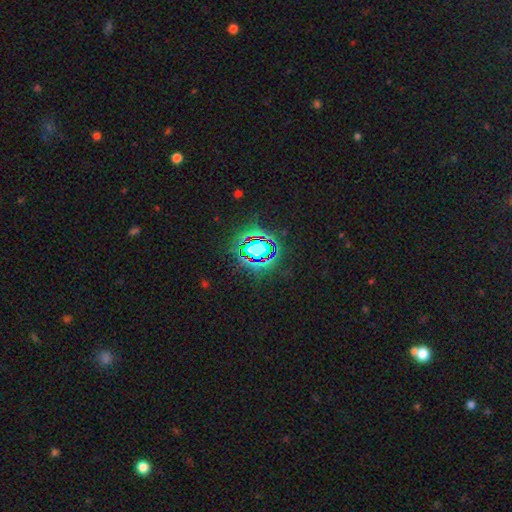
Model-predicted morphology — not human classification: A star or artifact, not a galaxy (80%).